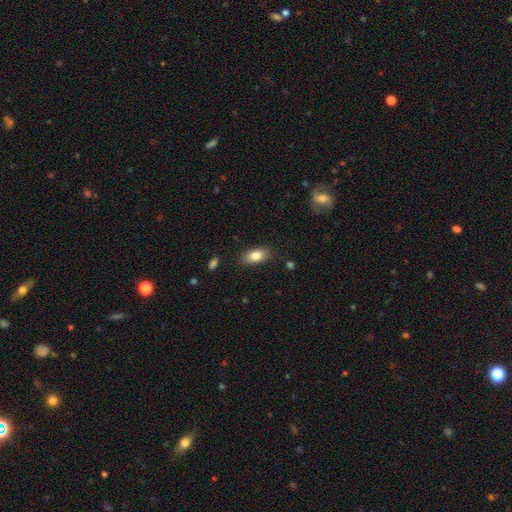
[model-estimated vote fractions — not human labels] A smooth galaxy with no disk features (84%) that is in between round and cigar-shaped (89%).

Vote fractions:
- Smooth or featured? smooth: 84% / featured or disk: 9% / star or artifact: 8%
- How rounded? in between: 89% / round: 6% / cigar-shaped: 4%
- Merging? none: 85% / minor disturbance: 11% / major disturbance: 3% / merger: 1%